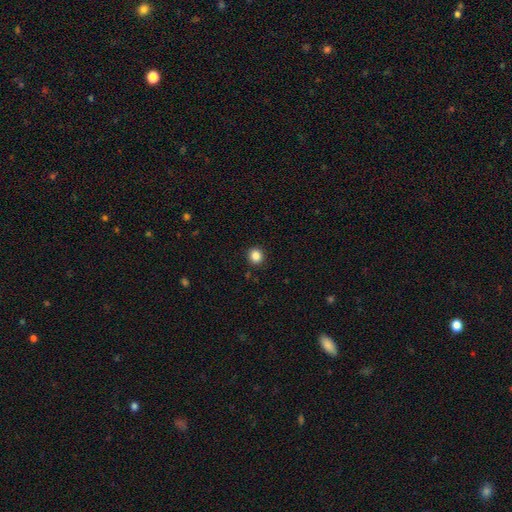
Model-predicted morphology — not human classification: The model was most divided on "how rounded": round: 86%, in between: 13%, cigar-shaped: 1%. More confident: merging — none (92%); smooth or featured — smooth (85%).